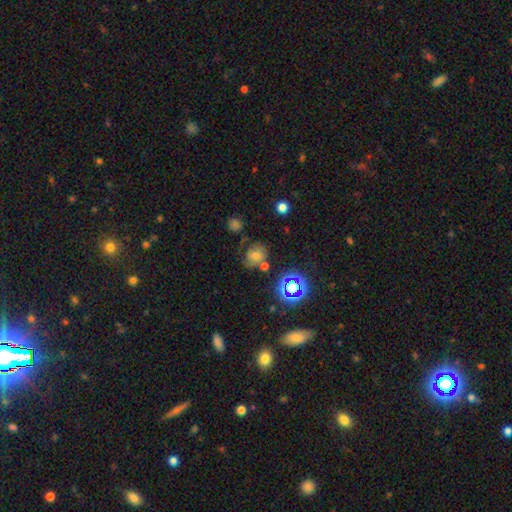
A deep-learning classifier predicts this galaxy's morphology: Overall: smooth (52%; star or artifact 25%). How rounded: round (63%; in between 36%). Merging: none (56%; minor disturbance 21%).